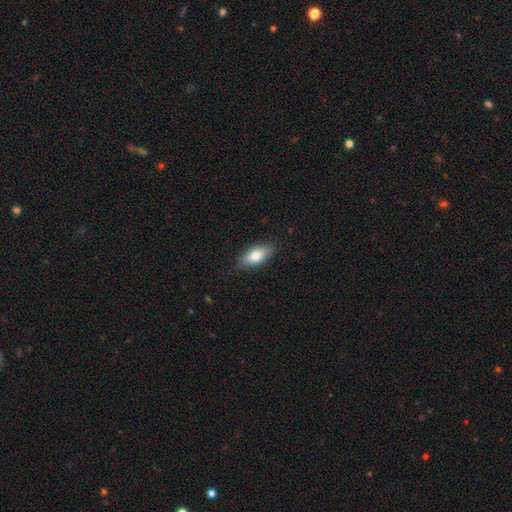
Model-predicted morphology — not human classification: Smooth or featured? Predicted: smooth (p=0.77). How rounded? Predicted: in between (p=0.83). Merging? Predicted: none (p=0.84).